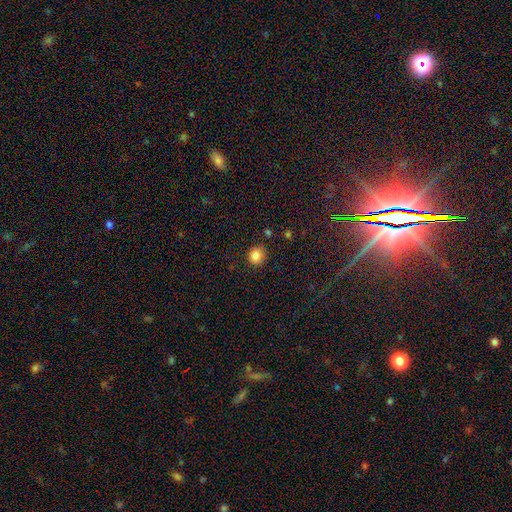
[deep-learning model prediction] Smooth or featured? Predicted: smooth (p=0.85). How rounded? Predicted: round (p=0.81). Merging? Predicted: none (p=0.83).